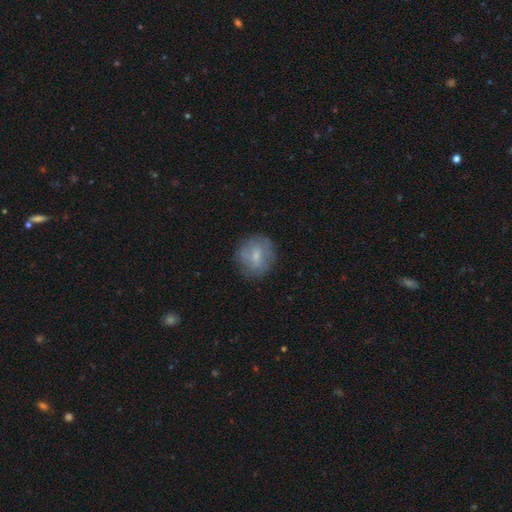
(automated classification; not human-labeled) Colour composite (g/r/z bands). It shows a smooth galaxy with no disk features (56%) that is round (81%). Merging: none (72%).